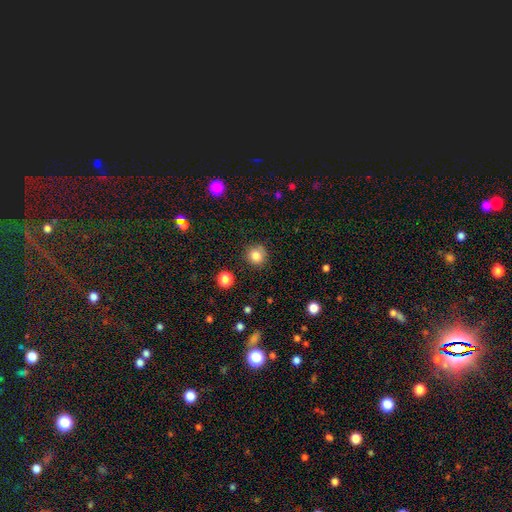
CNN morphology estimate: Q: Smooth or featured?
A: smooth (83%); runner-up: star or artifact (11%)
Q: How rounded?
A: round (90%); runner-up: in between (9%)
Q: Merging?
A: none (84%); runner-up: minor disturbance (11%)